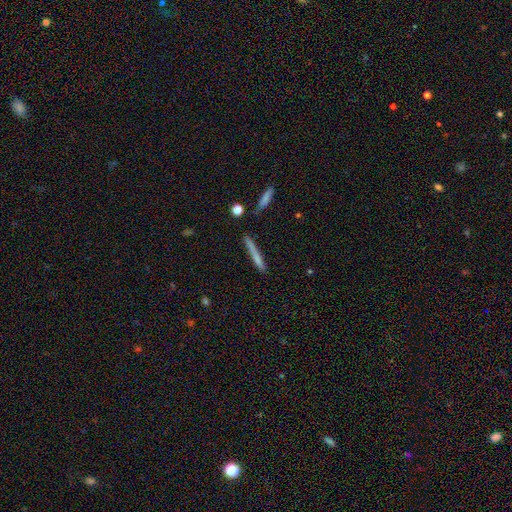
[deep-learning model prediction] This is likely a smooth galaxy (65%). How rounded: clearly cigar-shaped (95%). Merging: clearly none (81%).